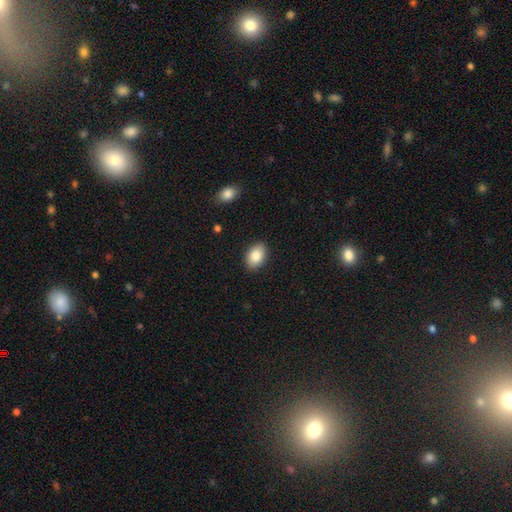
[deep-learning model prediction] Overall: smooth (85%). How rounded: in between (86%). Merging: none (87%).